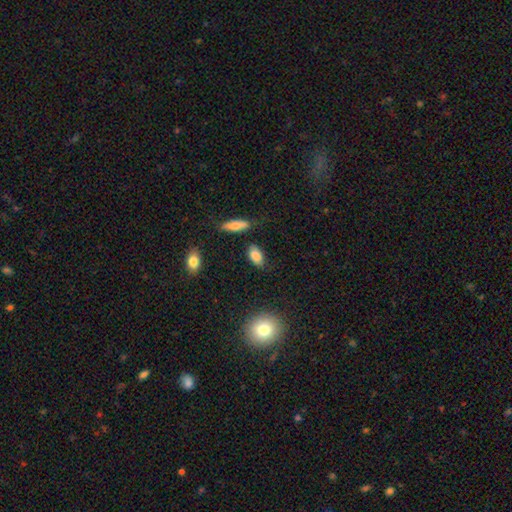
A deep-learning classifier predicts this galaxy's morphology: Q: Smooth or featured?
A: smooth (84%); runner-up: star or artifact (9%)
Q: How rounded?
A: in between (90%); runner-up: round (5%)
Q: Merging?
A: none (73%); runner-up: minor disturbance (18%)